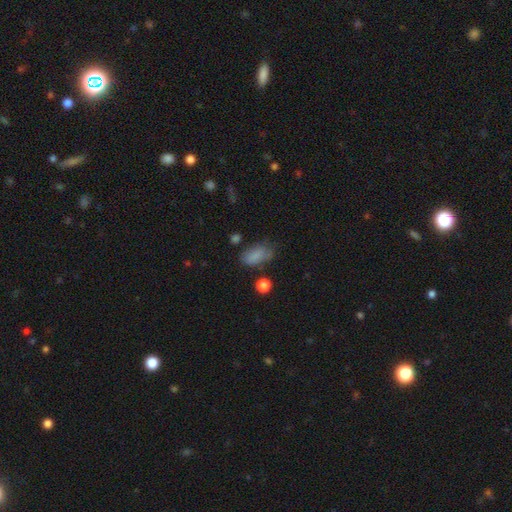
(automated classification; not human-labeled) Smooth or featured? Predicted: smooth (p=0.81). How rounded? Predicted: in between (p=0.90). Merging? Predicted: none (p=0.59).